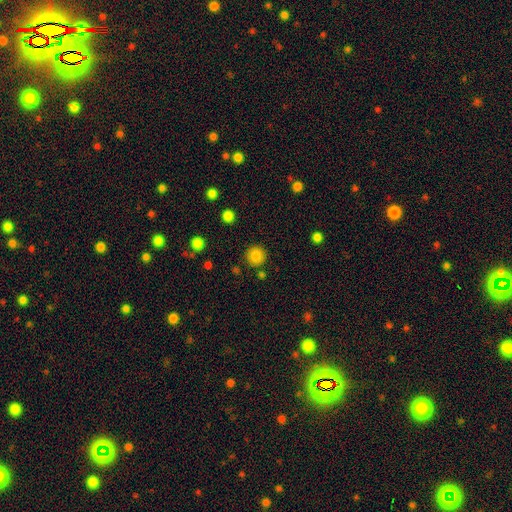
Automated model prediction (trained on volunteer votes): Overall: smooth (85%). How rounded: round (94%). Merging: none (88%).